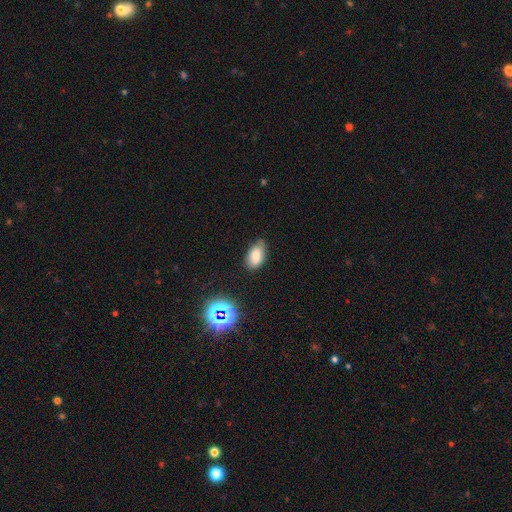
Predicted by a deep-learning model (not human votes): Smooth or featured? Predicted: smooth (p=0.79). How rounded? Predicted: in between (p=0.91). Merging? Predicted: none (p=0.63).